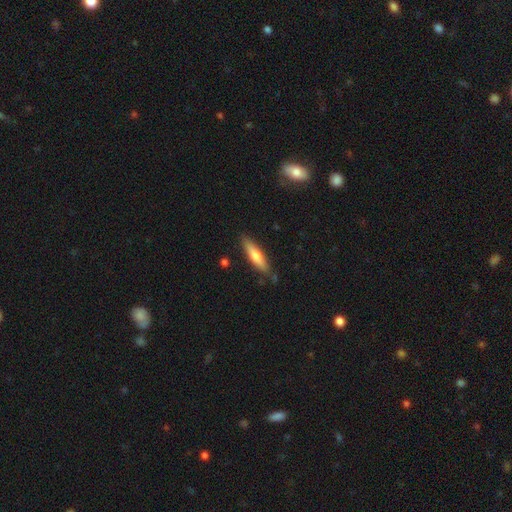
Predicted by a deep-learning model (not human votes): smooth-or-featured: smooth: 63% | featured or disk: 31% | star or artifact: 6%
  how-rounded: cigar-shaped: 79% | in between: 19% | round: 2%
  merging: none: 83% | minor disturbance: 12% | merger: 3% | major disturbance: 2%